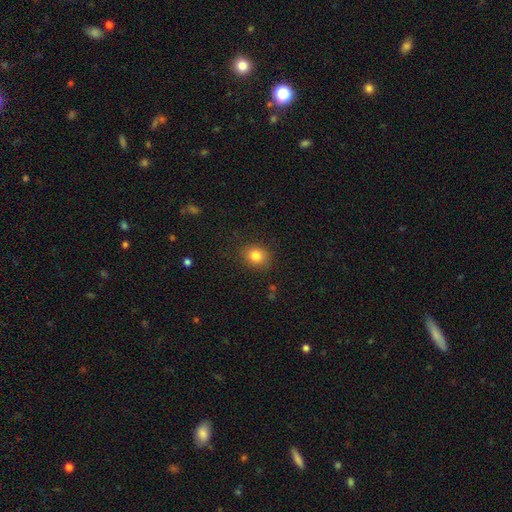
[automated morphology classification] This is clearly a smooth galaxy (82%). How rounded: likely round (64%). Merging: clearly none (85%).